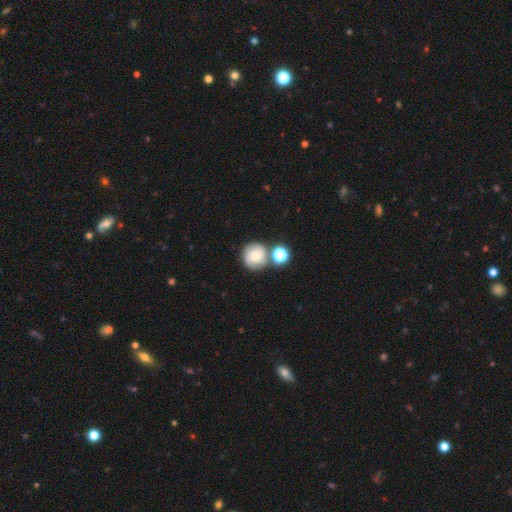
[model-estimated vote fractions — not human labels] Smooth or featured: smooth — 49% (featured or disk — 40%)
Merging: none — 59% (merger — 23%)